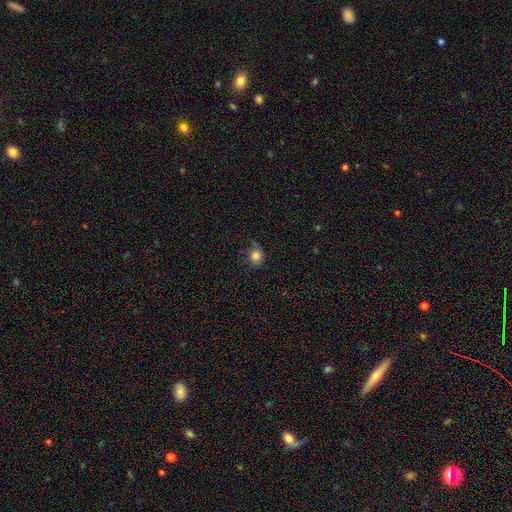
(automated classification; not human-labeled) Smooth or featured: smooth — 82% (star or artifact — 10%)
How rounded: round — 72% (in between — 27%)
Merging: none — 62% (minor disturbance — 27%)